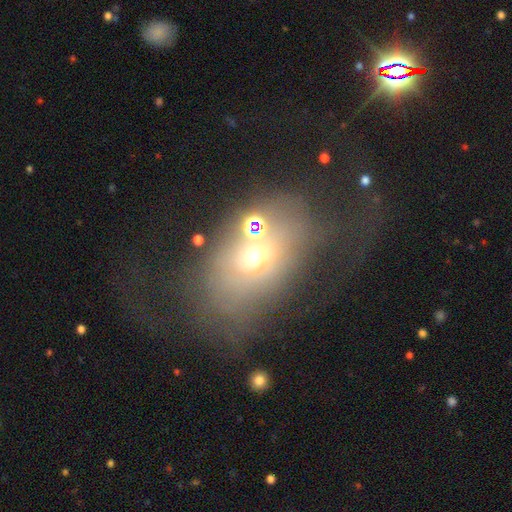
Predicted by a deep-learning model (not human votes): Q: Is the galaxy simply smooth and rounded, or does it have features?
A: smooth — 43%.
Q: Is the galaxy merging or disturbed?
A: major disturbance — 37%.